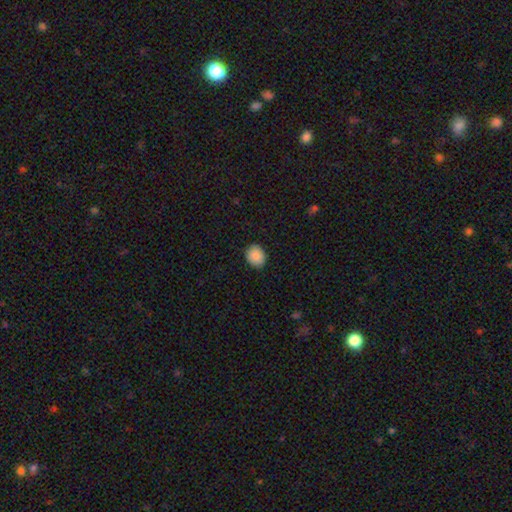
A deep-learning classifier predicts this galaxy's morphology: This appears to be a smooth galaxy with no disk features (89%) that is round (61%). Merging: none (89%).